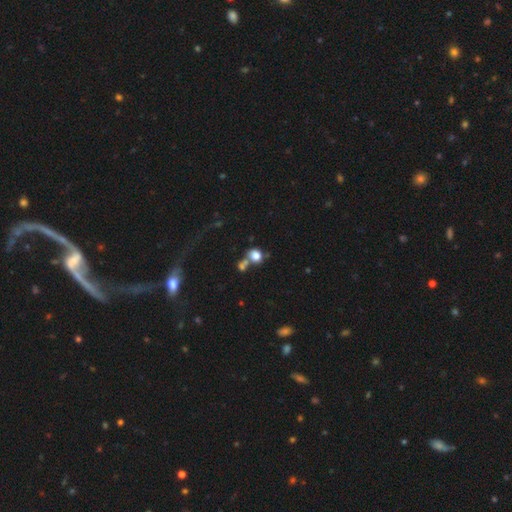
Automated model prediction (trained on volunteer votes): The model was most divided on "merging" (2-way tie): merger: 41%, none: 41%, minor disturbance: 11%, major disturbance: 8%. More confident: smooth or featured — smooth (77%); how rounded — round (70%).